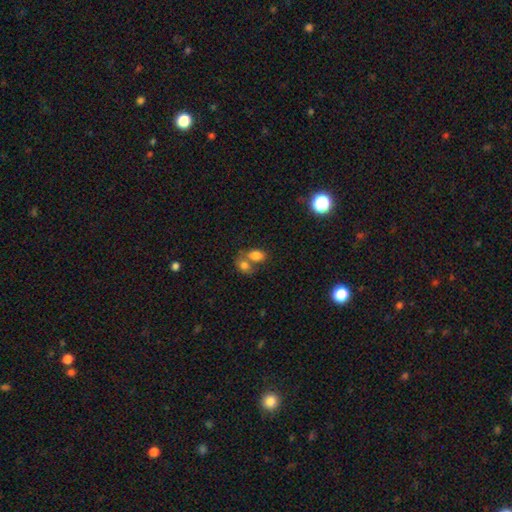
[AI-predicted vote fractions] smooth 79%, star or artifact 11%, featured or disk 11%. Down the decision tree: how rounded — in between (76%); merging — merger (56%).